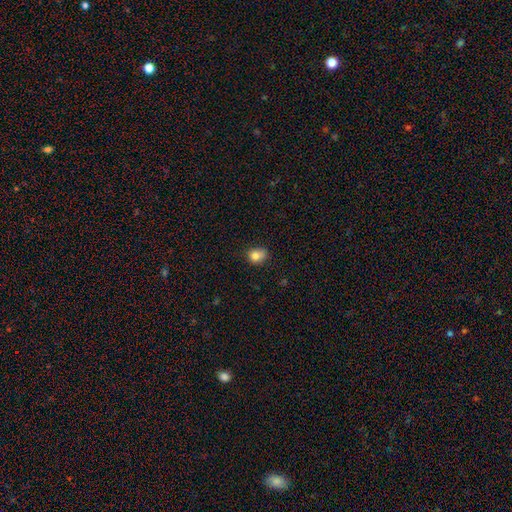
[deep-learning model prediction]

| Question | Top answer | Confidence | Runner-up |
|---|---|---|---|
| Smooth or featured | smooth | 82% | star or artifact (11%) |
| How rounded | round | 51% | in between (48%) |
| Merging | none | 65% | minor disturbance (28%) |